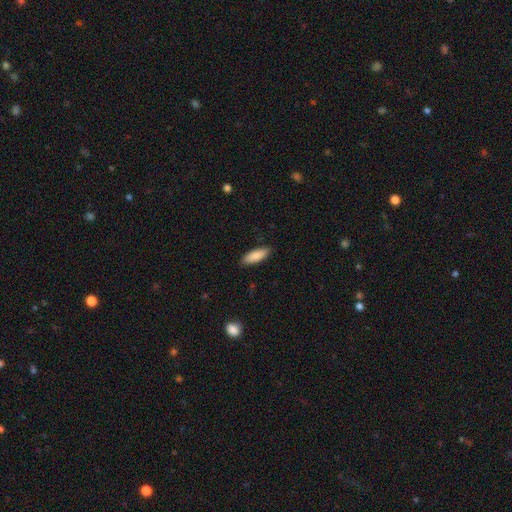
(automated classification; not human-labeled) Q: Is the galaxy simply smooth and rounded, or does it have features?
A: smooth — 85%.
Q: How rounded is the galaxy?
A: in between — 59%.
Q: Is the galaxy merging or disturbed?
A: none — 88%.